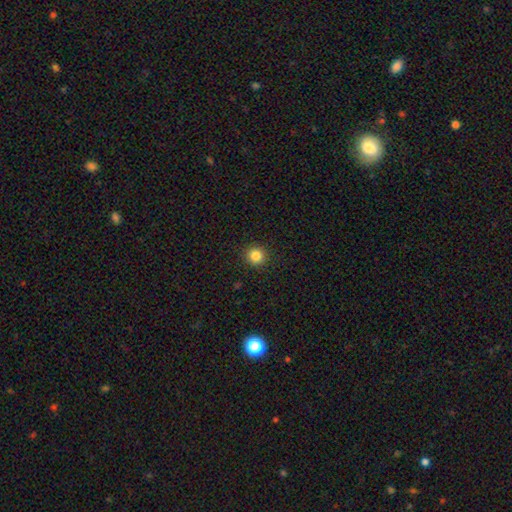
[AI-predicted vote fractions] Smooth or featured? Predicted: smooth (p=0.85). How rounded? Predicted: round (p=0.94). Merging? Predicted: none (p=0.92).